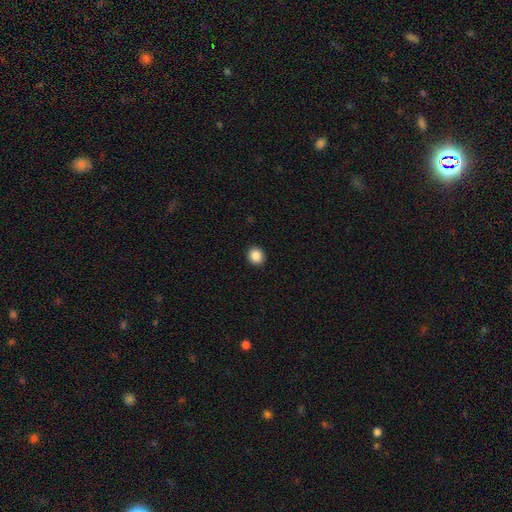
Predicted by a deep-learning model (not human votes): The model was most divided on "how rounded": round: 82%, in between: 17%, cigar-shaped: 1%. More confident: merging — none (92%); smooth or featured — smooth (87%).